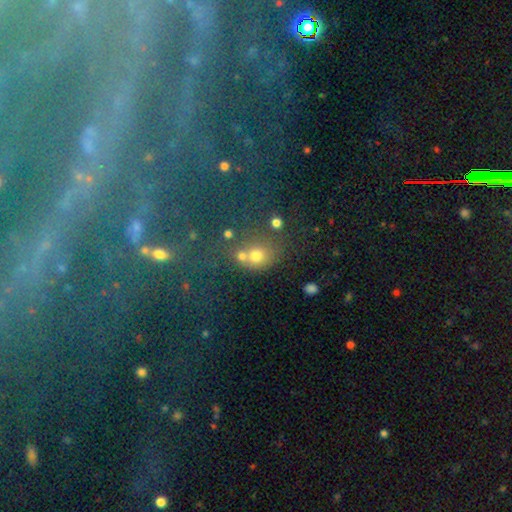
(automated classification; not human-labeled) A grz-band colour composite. It shows a smooth galaxy with no disk features (66%) that is round (73%). Merging: none (46%).